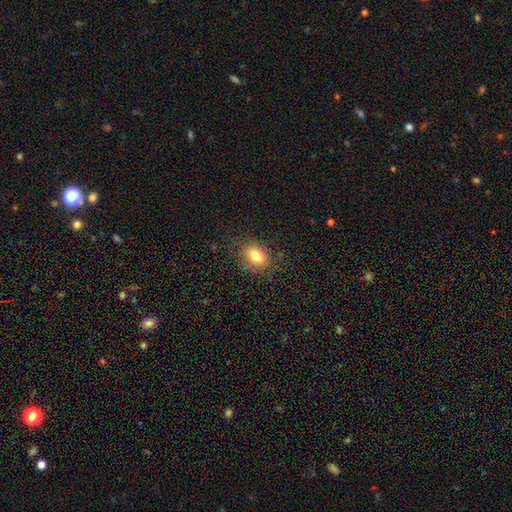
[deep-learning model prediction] A smooth galaxy with no disk features (82%) that is in between round and cigar-shaped (82%). Merging: none (79%).